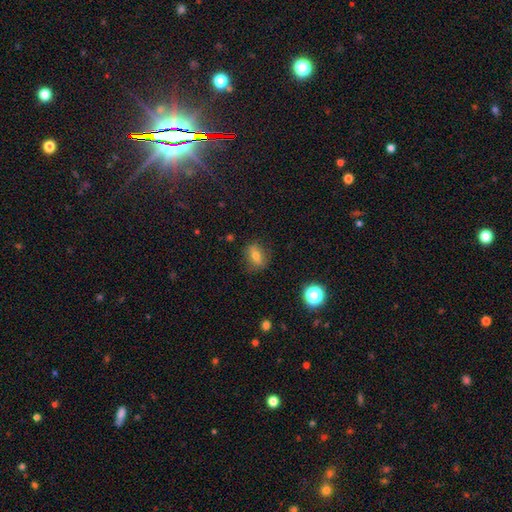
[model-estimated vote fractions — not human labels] Smooth or featured: smooth — 64% (featured or disk — 21%)
How rounded: in between — 55% (round — 42%)
Merging: none — 79% (minor disturbance — 15%)